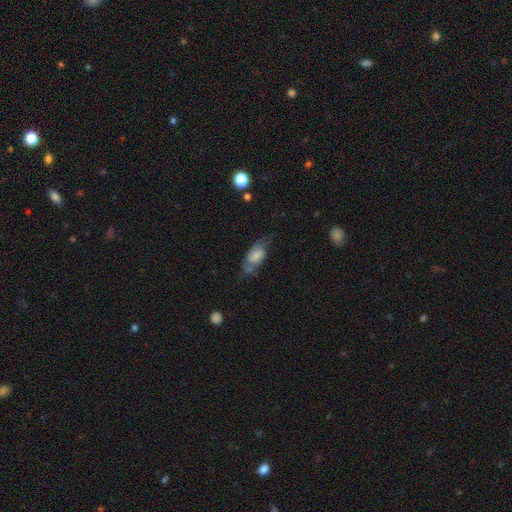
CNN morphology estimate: Overall: smooth (58%; featured or disk 34%). How rounded: in between (85%). Merging: none (45%; minor disturbance 30%).